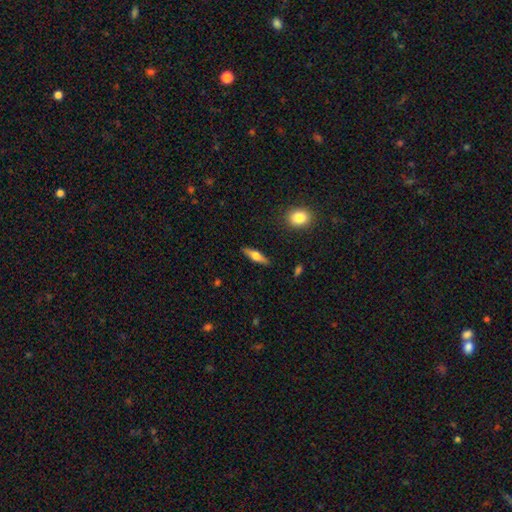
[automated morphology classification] A featured or disk galaxy (52%) viewed edge-on (94%).

Vote fractions:
- Smooth or featured? featured or disk: 52% / smooth: 42% / star or artifact: 6%
- Edge-on disk? yes: 94% / no: 6%
- Merging? none: 89% / minor disturbance: 8% / major disturbance: 2% / merger: 1%